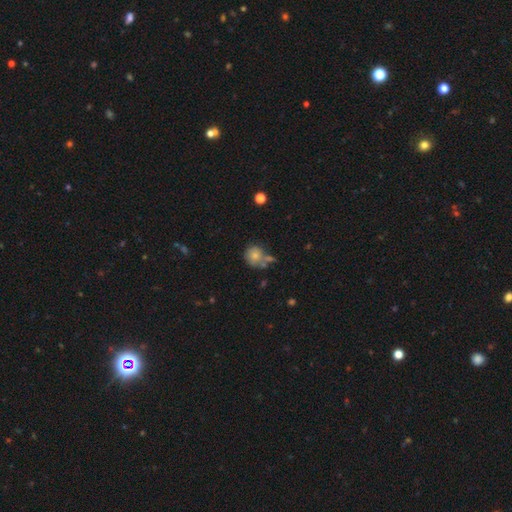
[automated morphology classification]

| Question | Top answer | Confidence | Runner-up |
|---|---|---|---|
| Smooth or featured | smooth | 77% | featured or disk (14%) |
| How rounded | round | 85% | in between (14%) |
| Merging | none | 52% | merger (25%) |